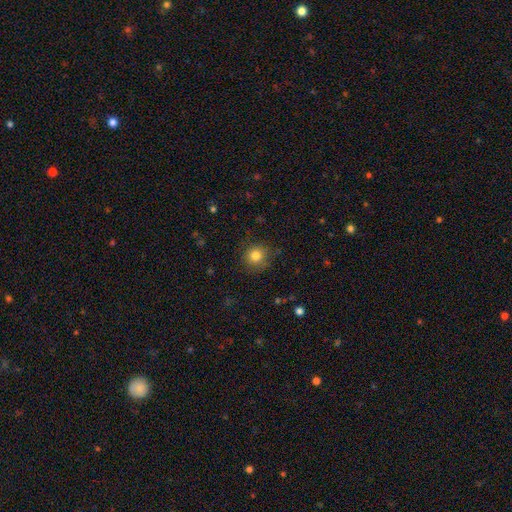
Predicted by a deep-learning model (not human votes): smooth-or-featured: smooth: 81% | star or artifact: 13% | featured or disk: 7%
  how-rounded: round: 92% | in between: 7% | cigar-shaped: 1%
  merging: none: 86% | minor disturbance: 10% | major disturbance: 3% | merger: 1%